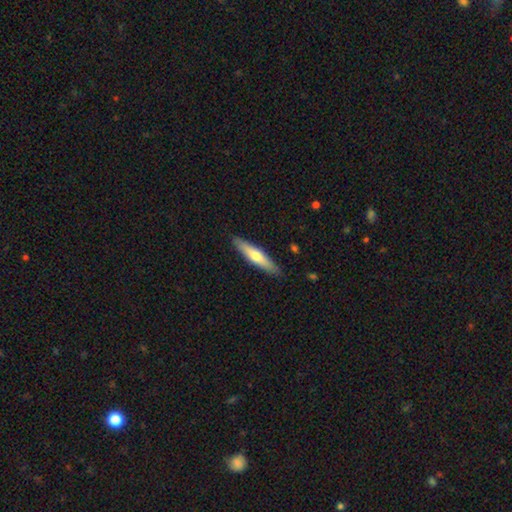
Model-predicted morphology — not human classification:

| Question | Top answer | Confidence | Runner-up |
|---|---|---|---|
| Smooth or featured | smooth | 55% | featured or disk (40%) |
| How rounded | cigar-shaped | 83% | in between (16%) |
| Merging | none | 89% | minor disturbance (8%) |